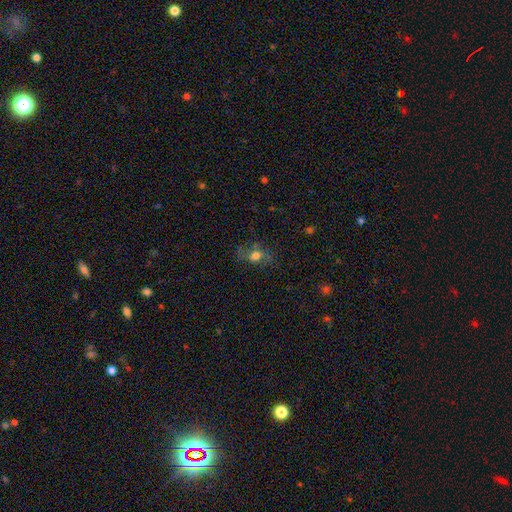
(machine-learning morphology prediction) Overall: smooth (53%; featured or disk 29%). How rounded: in between (58%; round 38%). Merging: none (61%; minor disturbance 21%).